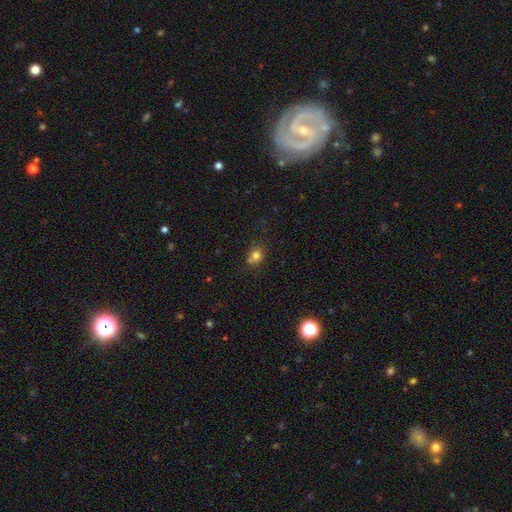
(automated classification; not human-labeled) smooth 78%, star or artifact 13%, featured or disk 9%. Down the decision tree: how rounded — round (71%); merging — none (59%).